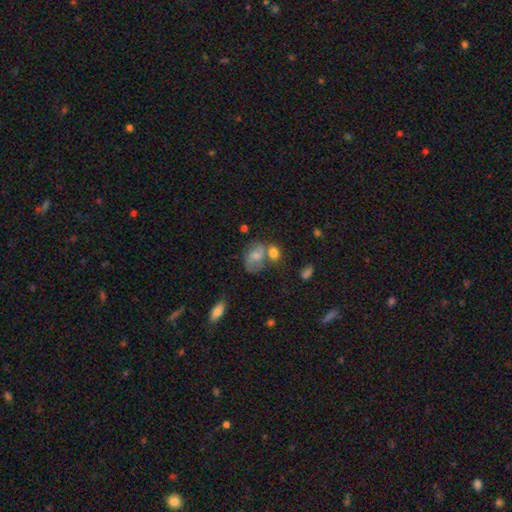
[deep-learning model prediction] A smooth galaxy with no disk features (49%). Merging: none (36%).